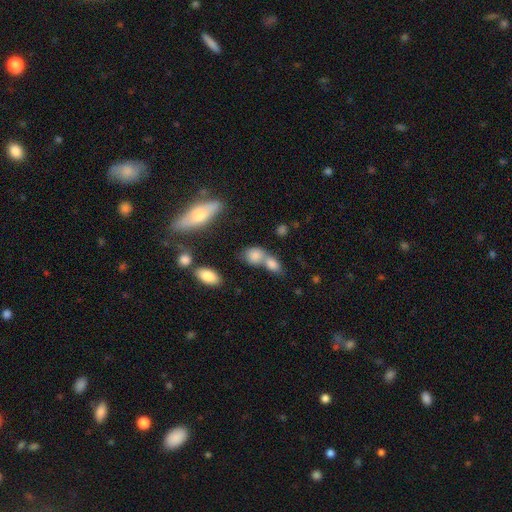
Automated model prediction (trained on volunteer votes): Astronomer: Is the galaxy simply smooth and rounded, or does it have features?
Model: smooth — 80%.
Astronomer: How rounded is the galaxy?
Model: in between — 63%.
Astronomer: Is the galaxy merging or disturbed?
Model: merger — 54% (runner-up: none, 32%).